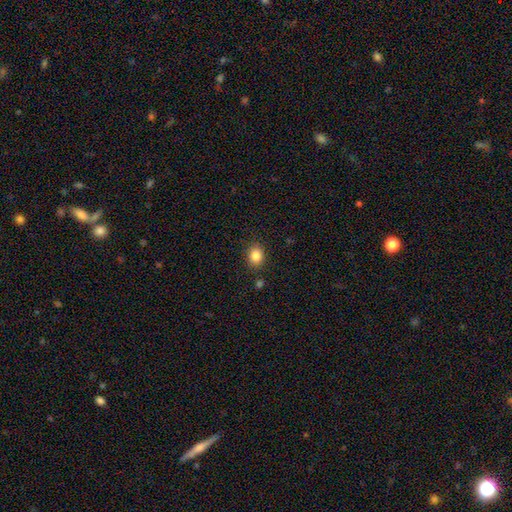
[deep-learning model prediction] This is clearly a smooth galaxy (85%). How rounded: possibly round (54%). Merging: clearly none (85%).